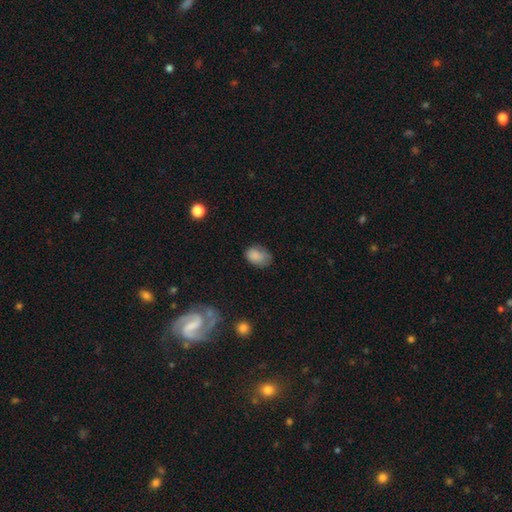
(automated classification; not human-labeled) This is clearly a smooth galaxy (84%). How rounded: likely in between (79%). Merging: possibly none (59%).